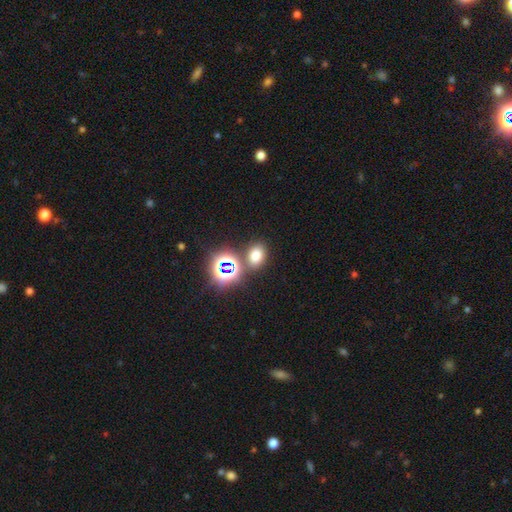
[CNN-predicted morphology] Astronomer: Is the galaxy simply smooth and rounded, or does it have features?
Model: smooth — 66%.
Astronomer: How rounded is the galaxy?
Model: in between — 57% (runner-up: round, 42%).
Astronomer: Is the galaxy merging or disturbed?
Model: none — 75%.